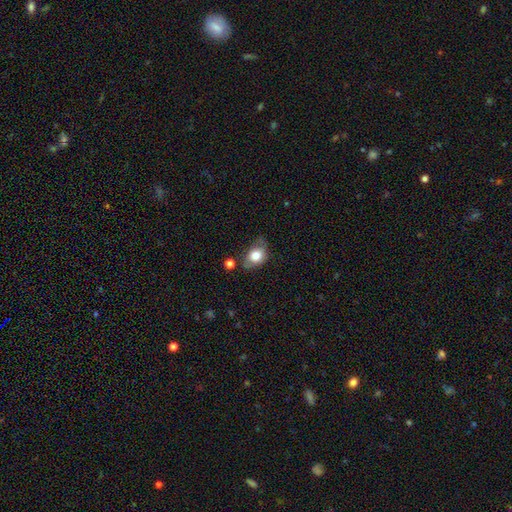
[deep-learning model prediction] smooth-or-featured: smooth: 74% | featured or disk: 17% | star or artifact: 8%
  how-rounded: in between: 72% | round: 27% | cigar-shaped: 2%
  merging: none: 53% | minor disturbance: 30% | major disturbance: 10% | merger: 6%